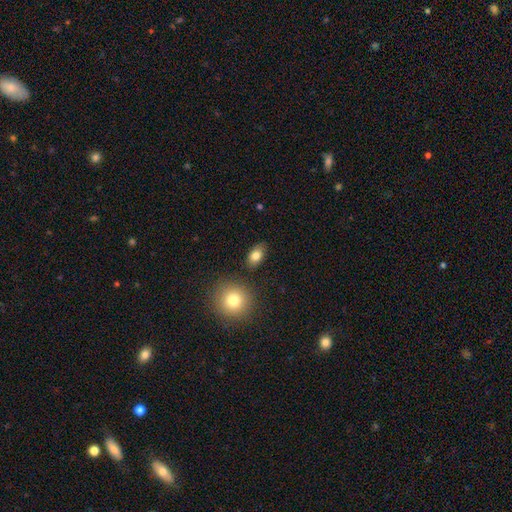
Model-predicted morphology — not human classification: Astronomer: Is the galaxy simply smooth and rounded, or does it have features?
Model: smooth — 81%.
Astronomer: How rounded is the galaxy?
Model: in between — 82%.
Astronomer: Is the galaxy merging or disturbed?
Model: none — 83%.